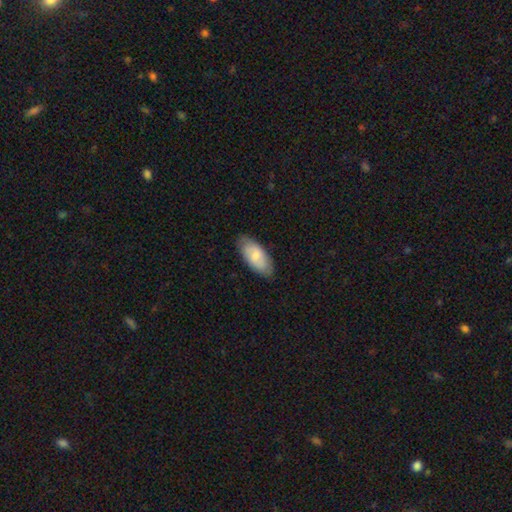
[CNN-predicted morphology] Smooth or featured: smooth — 69% (featured or disk — 25%)
How rounded: in between — 91% (cigar-shaped — 7%)
Merging: none — 80% (minor disturbance — 16%)